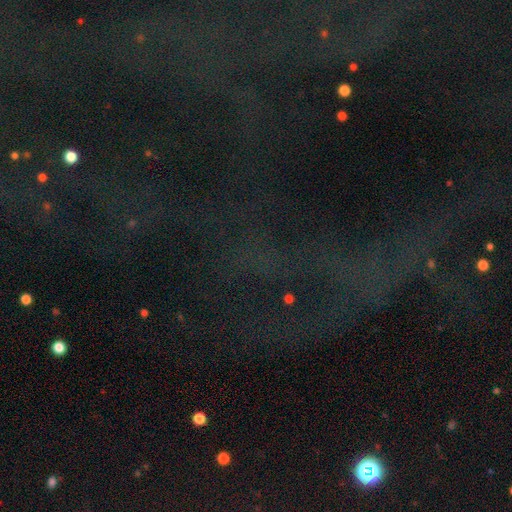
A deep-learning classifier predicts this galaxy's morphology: This is likely a star or artifact rather than a galaxy (75%).